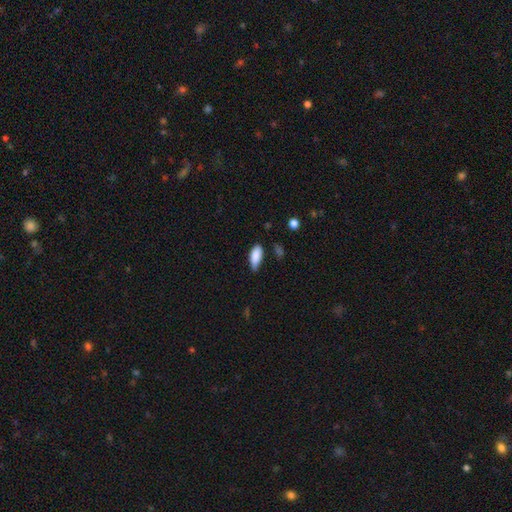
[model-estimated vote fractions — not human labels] Morphology: type=smooth (87%); roundness=in between (85%); merging=none (58%).